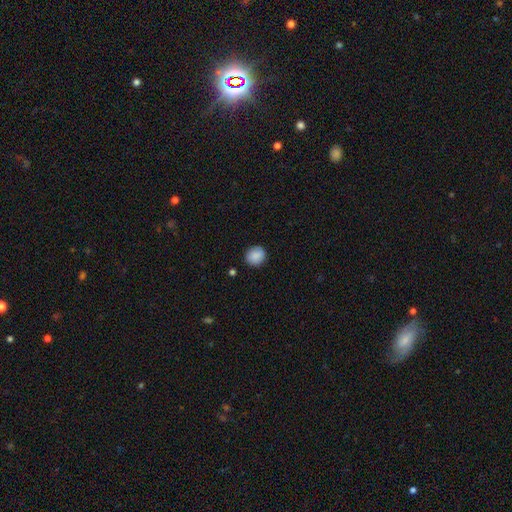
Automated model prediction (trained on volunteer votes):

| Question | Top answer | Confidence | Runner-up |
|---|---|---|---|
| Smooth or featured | smooth | 88% | star or artifact (8%) |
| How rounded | round | 79% | in between (20%) |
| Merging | none | 88% | minor disturbance (8%) |